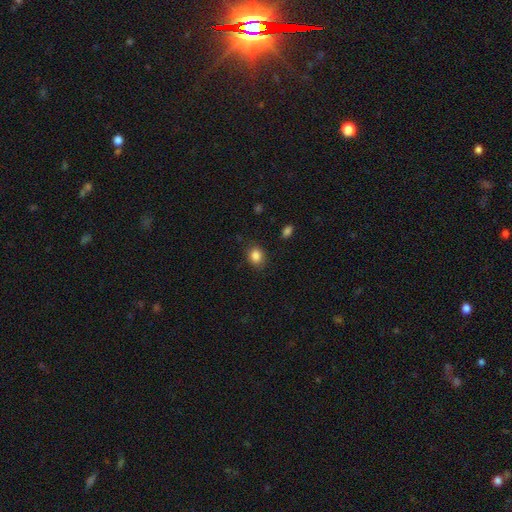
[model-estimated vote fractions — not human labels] Smooth or featured? Predicted: smooth (p=0.85). How rounded? Predicted: round (p=0.56). Merging? Predicted: none (p=0.83).